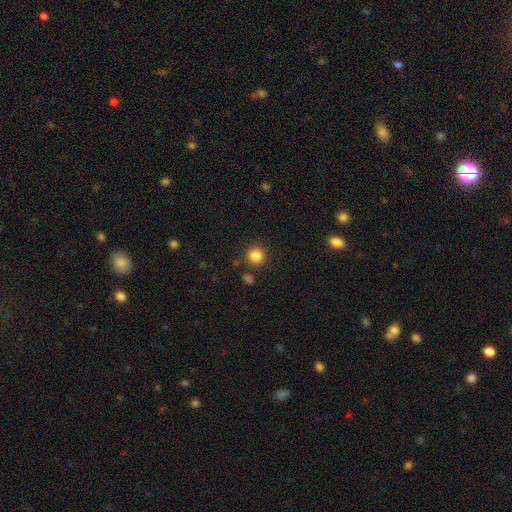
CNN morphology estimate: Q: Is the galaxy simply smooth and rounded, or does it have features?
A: smooth — 84%.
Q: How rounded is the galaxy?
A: round — 94%.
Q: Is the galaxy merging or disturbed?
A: none — 86%.